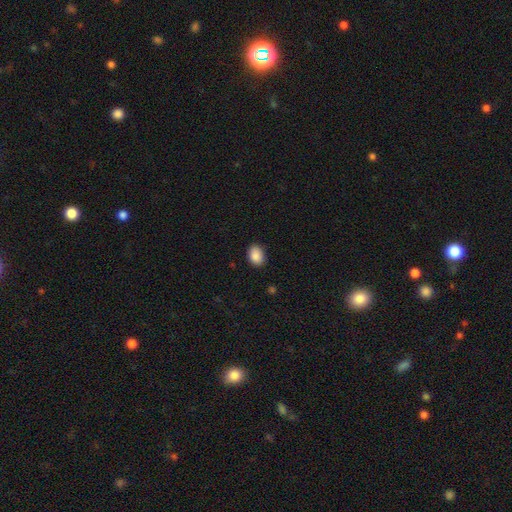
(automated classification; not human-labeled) Smooth or featured: smooth — 89% (star or artifact — 7%)
How rounded: in between — 77% (round — 22%)
Merging: none — 86% (minor disturbance — 11%)